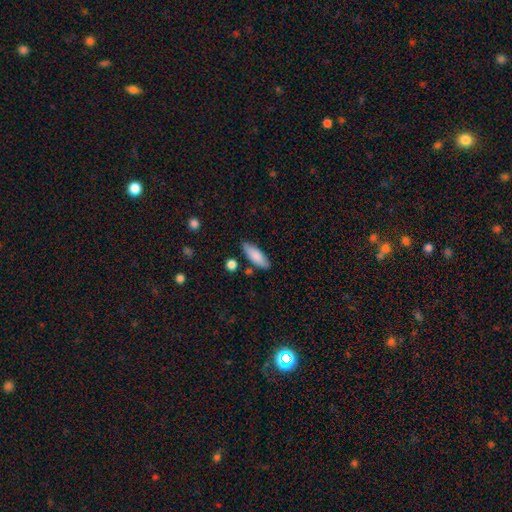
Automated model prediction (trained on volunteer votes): This is clearly a smooth galaxy (84%). How rounded: likely in between (61%). Merging: clearly none (81%).